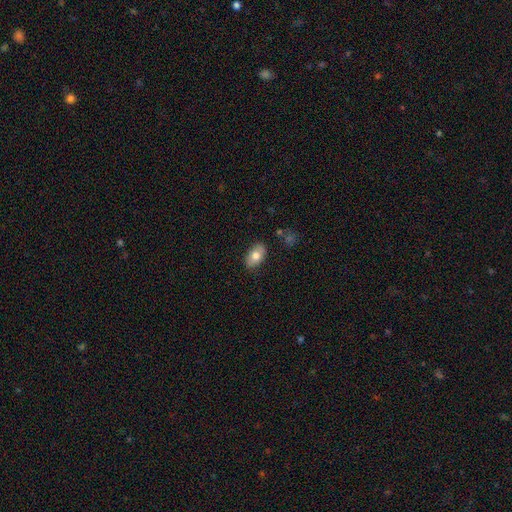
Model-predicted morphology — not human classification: The model was most divided on "smooth or featured": smooth: 76%, featured or disk: 17%, star or artifact: 7%. More confident: how rounded — in between (92%); merging — none (85%).